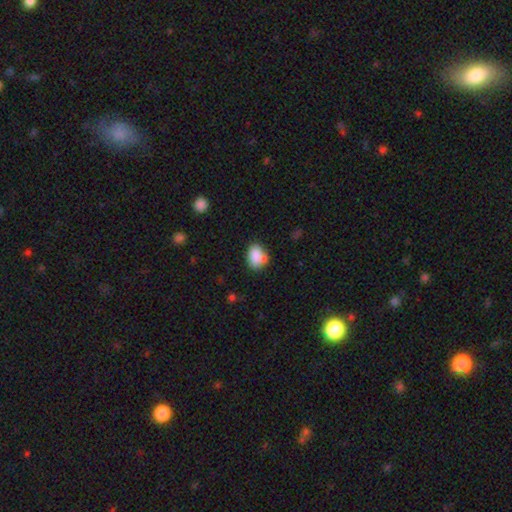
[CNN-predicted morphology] smooth_or_featured: smooth (p=0.81) [alt: featured or disk p=0.10]
how_rounded: in between (p=0.75) [alt: round p=0.24]
merging: none (p=0.51) [alt: merger p=0.26]